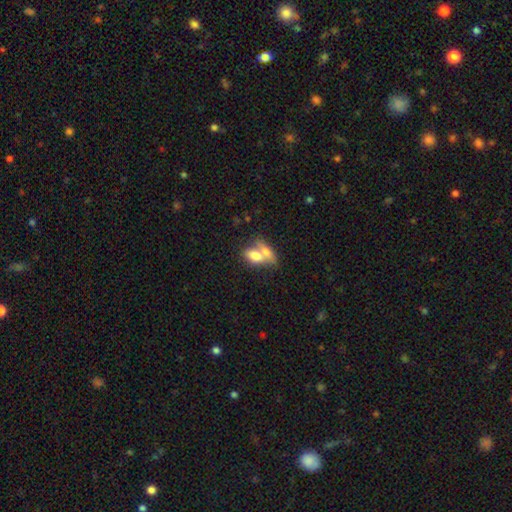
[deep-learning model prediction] smooth 71%, featured or disk 22%, star or artifact 7%. Down the decision tree: how rounded — in between (80%); merging — merger (67%).